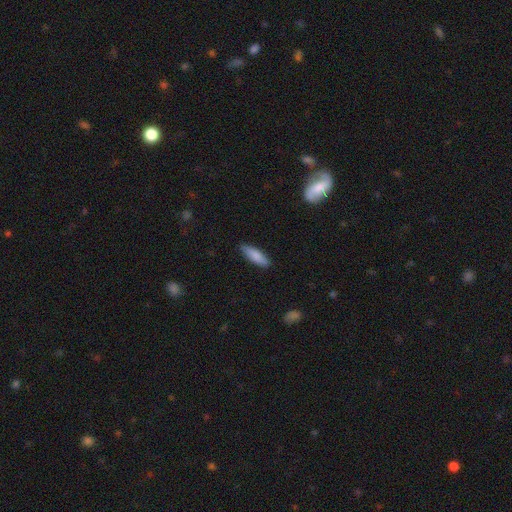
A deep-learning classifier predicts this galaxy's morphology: A smooth galaxy with no disk features (84%) that is cigar-shaped (54%).

Vote fractions:
- Smooth or featured? smooth: 84% / featured or disk: 11% / star or artifact: 6%
- How rounded? cigar-shaped: 54% / in between: 44% / round: 2%
- Merging? none: 84% / minor disturbance: 13% / major disturbance: 2% / merger: 1%